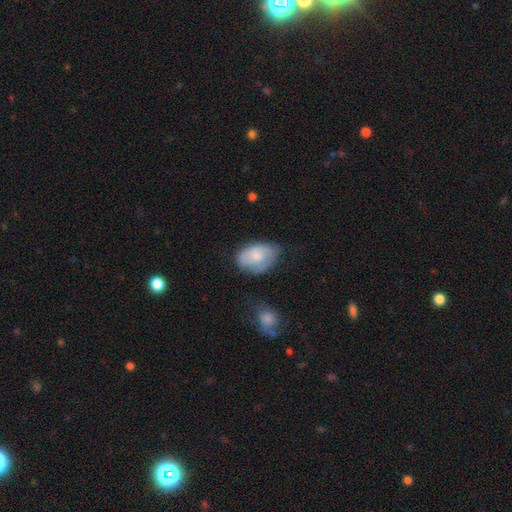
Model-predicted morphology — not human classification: Smooth or featured?
  - smooth: 60% *
  - featured or disk: 33%
  - star or artifact: 7%
How rounded?
  - in between: 86% *
  - round: 13%
  - cigar-shaped: 1%
Merging?
  - none: 56% *
  - minor disturbance: 30%
  - major disturbance: 10%
  - merger: 4%